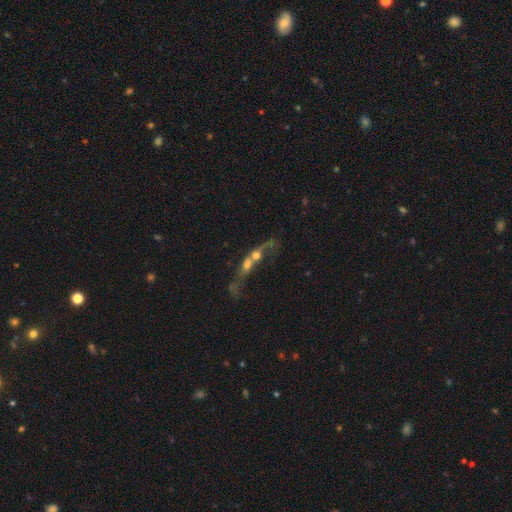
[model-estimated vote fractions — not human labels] The model was most divided on "smooth or featured": featured or disk: 51%, smooth: 38%, star or artifact: 12%. More confident: merging — merger (75%); edge-on disk — no (74%).